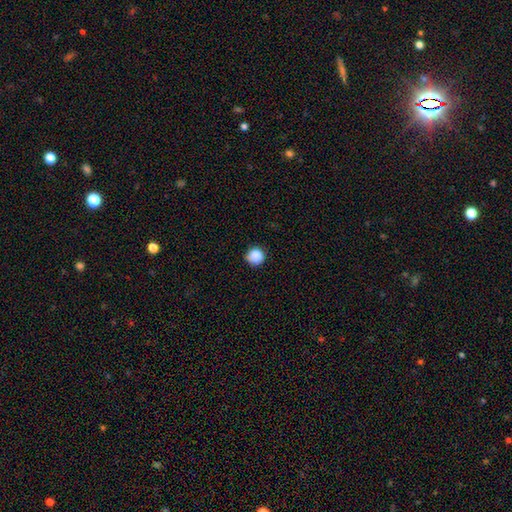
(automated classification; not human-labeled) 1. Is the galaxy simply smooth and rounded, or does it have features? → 88% smooth, 9% star or artifact, 3% featured or disk.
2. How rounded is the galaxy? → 95% round, 4% in between, 1% cigar-shaped.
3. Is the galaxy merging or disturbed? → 86% none, 11% minor disturbance, 2% major disturbance, 1% merger.